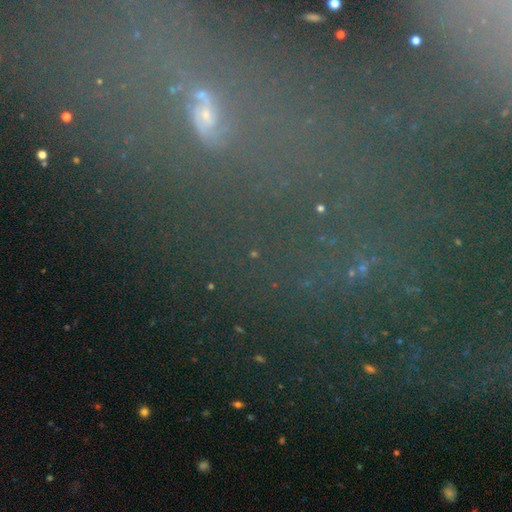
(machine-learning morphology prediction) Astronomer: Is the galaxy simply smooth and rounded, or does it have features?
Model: star or artifact — 62%.